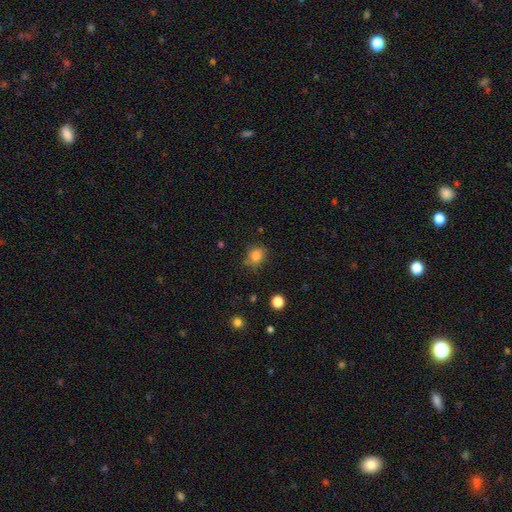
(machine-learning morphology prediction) Overall: smooth (83%). How rounded: round (65%; in between 34%). Merging: none (71%).